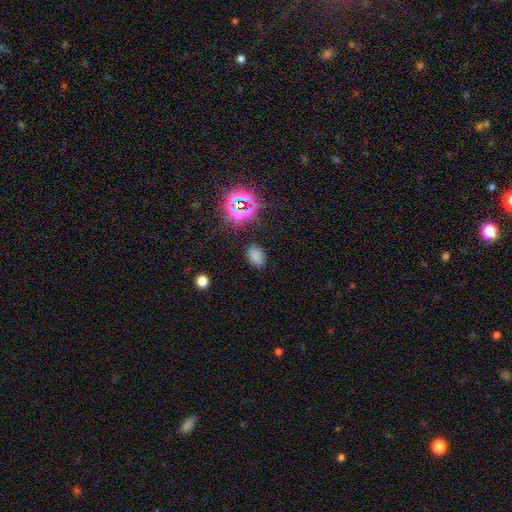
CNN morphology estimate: Smooth or featured: smooth — 71% (star or artifact — 23%)
How rounded: in between — 82% (round — 17%)
Merging: none — 83% (minor disturbance — 11%)